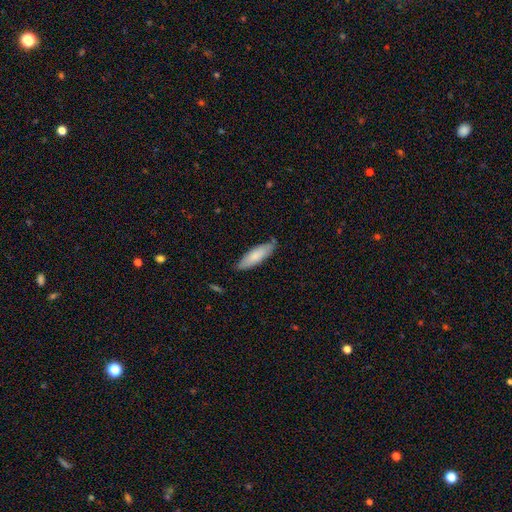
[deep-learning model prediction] A smooth galaxy with no disk features (80%) that is in between round and cigar-shaped (50%). Merging: none (78%).